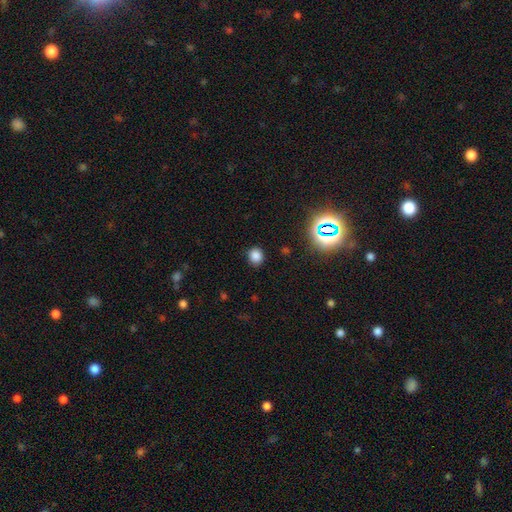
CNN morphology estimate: Smooth or featured? Predicted: smooth (p=0.81). How rounded? Predicted: round (p=0.77). Merging? Predicted: none (p=0.88).